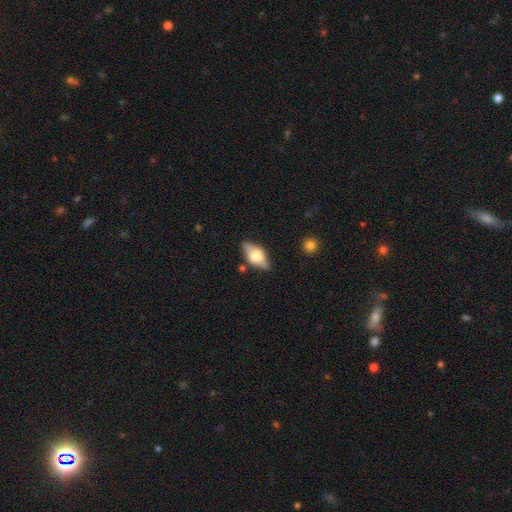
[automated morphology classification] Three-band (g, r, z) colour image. It shows a featured or disk galaxy (48%). Merging: none (75%).